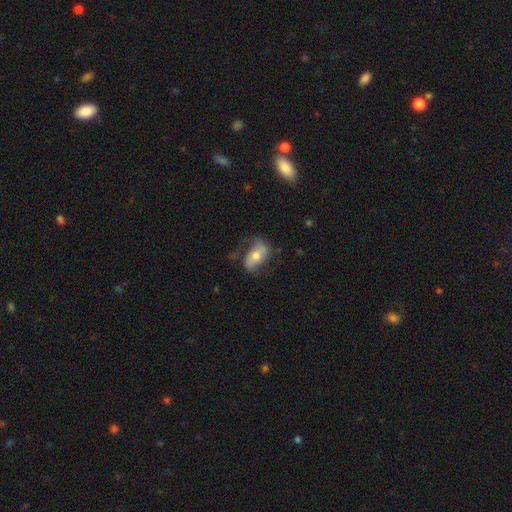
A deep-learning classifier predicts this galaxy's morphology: Smooth or featured?
  - featured or disk: 56% *
  - smooth: 37%
  - star or artifact: 7%
Edge-on disk?
  - no: 92% *
  - yes: 8%
Bar?
  - no: 51% *
  - weak: 30%
  - strong: 19%
Spiral arms?
  - yes: 81% *
  - no: 19%
Bulge size?
  - moderate: 66% *
  - small: 23%
  - large: 8%
  - none: 2%
  - dominant: 1%
Merging?
  - none: 57% *
  - minor disturbance: 25%
  - major disturbance: 16%
  - merger: 2%